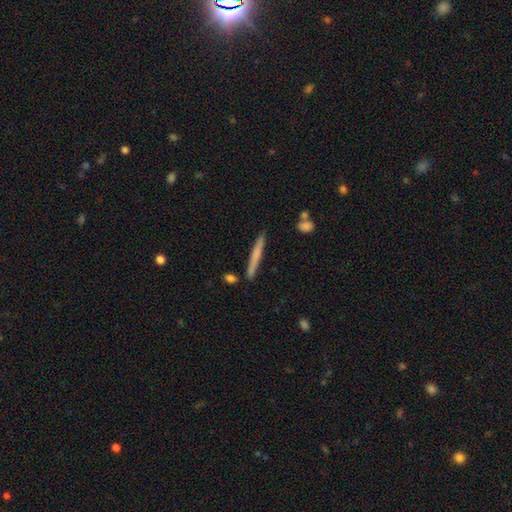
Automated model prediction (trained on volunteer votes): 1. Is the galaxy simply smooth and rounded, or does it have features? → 61% smooth, 33% featured or disk, 6% star or artifact.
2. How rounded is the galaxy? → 96% cigar-shaped, 2% in between, 1% round.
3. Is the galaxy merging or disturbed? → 87% none, 9% minor disturbance, 3% merger, 2% major disturbance.